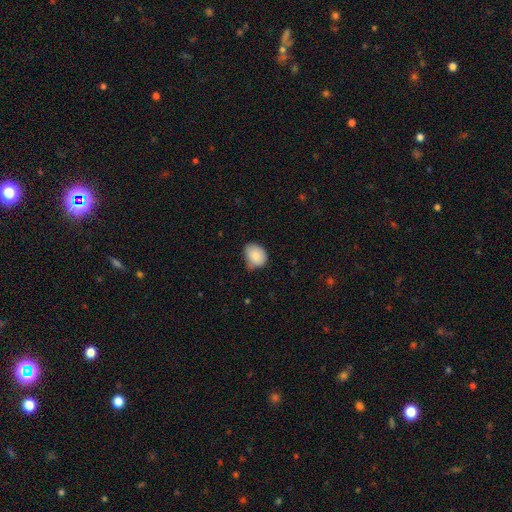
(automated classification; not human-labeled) Smooth or featured?
  - smooth: 86% *
  - star or artifact: 8%
  - featured or disk: 6%
How rounded?
  - in between: 50% *
  - round: 49%
  - cigar-shaped: 1%
Merging?
  - none: 53% *
  - minor disturbance: 38%
  - major disturbance: 7%
  - merger: 2%